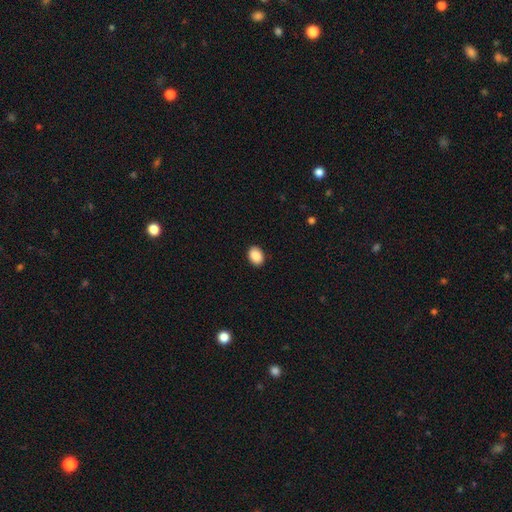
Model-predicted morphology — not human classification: A smooth galaxy with no disk features (90%) that is in between round and cigar-shaped (76%).

Vote fractions:
- Smooth or featured? smooth: 90% / star or artifact: 7% / featured or disk: 3%
- How rounded? in between: 76% / round: 23% / cigar-shaped: 1%
- Merging? none: 90% / minor disturbance: 7% / major disturbance: 2% / merger: 1%